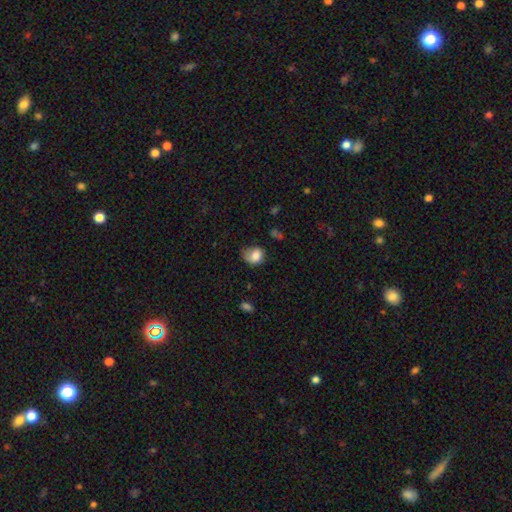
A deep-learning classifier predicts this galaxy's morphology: This is likely a smooth galaxy (76%). How rounded: possibly round (56%). Merging: marginally minor disturbance (37%, tied with none).